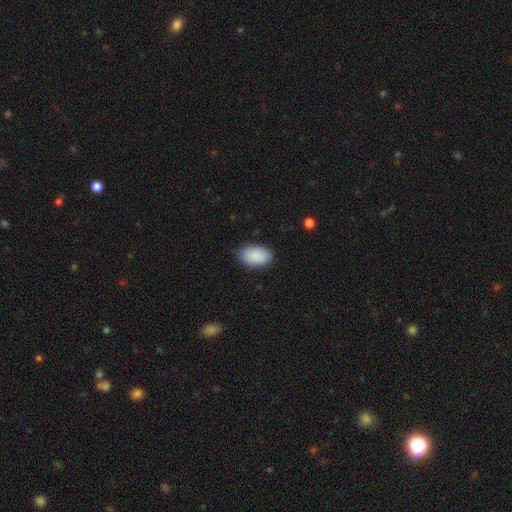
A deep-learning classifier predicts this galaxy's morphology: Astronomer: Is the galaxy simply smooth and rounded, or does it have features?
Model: smooth — 90%.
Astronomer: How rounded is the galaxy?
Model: in between — 92%.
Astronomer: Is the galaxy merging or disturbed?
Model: none — 84%.